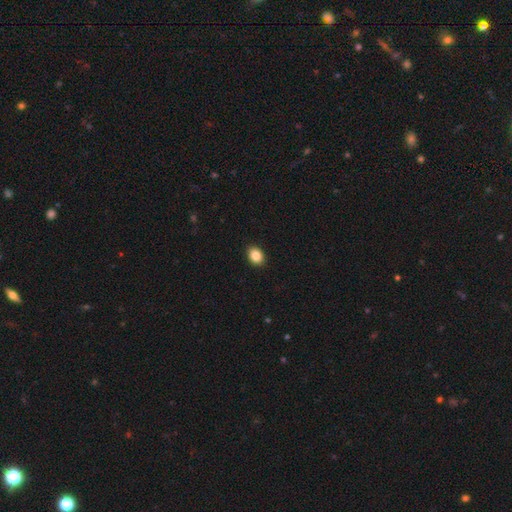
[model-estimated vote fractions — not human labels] A smooth galaxy with no disk features (86%) that is in between round and cigar-shaped (65%).

Vote fractions:
- Smooth or featured? smooth: 86% / star or artifact: 9% / featured or disk: 5%
- How rounded? in between: 65% / round: 34% / cigar-shaped: 1%
- Merging? none: 91% / minor disturbance: 6% / major disturbance: 2% / merger: 1%